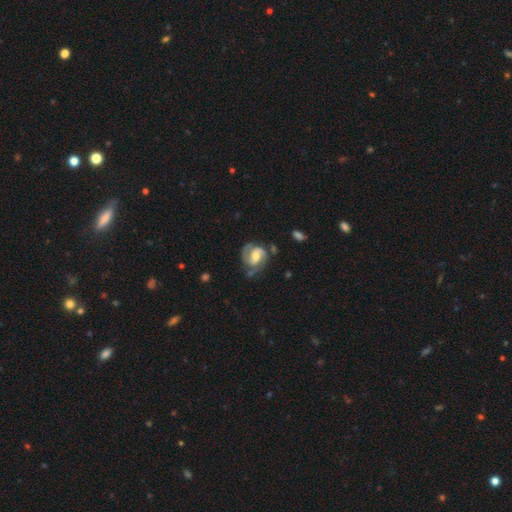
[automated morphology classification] Smooth or featured?
  - featured or disk: 84% *
  - smooth: 11%
  - star or artifact: 5%
Edge-on disk?
  - no: 98% *
  - yes: 2%
Bar?
  - weak: 47% *
  - no: 33%
  - strong: 20%
Spiral arms?
  - yes: 96% *
  - no: 4%
Spiral winding?
  - medium: 49% *
  - tight: 37%
  - loose: 13%
Spiral arm count?
  - 2: 83% *
  - 3: 6%
  - can't tell: 6%
  - 1: 3%
  - 4: 1%
  - more than 4: 1%
Bulge size?
  - moderate: 59% *
  - small: 26%
  - large: 11%
  - none: 3%
  - dominant: 1%
Merging?
  - none: 62% *
  - minor disturbance: 23%
  - major disturbance: 11%
  - merger: 4%